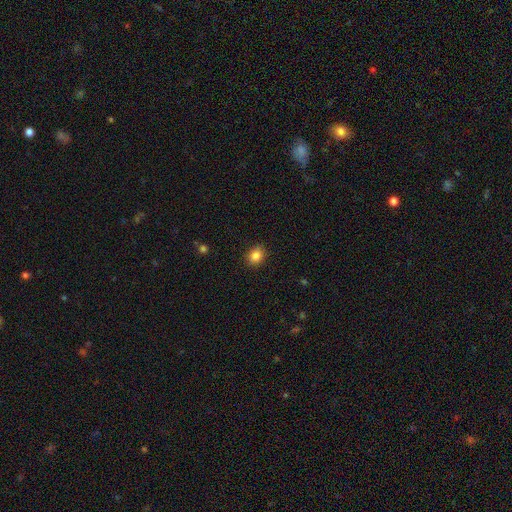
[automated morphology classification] Smooth or featured? Predicted: smooth (p=0.85). How rounded? Predicted: round (p=0.54). Merging? Predicted: none (p=0.87).